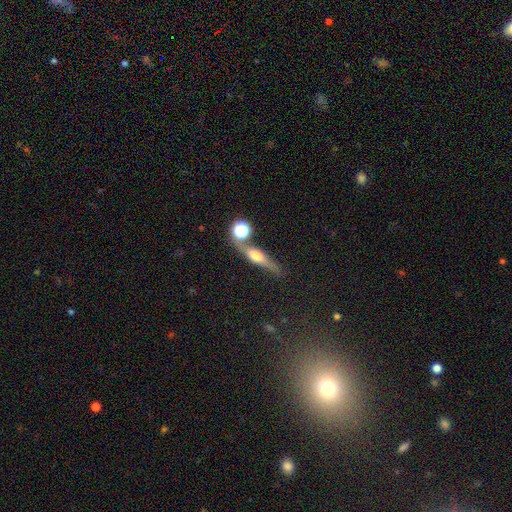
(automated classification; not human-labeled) This is possibly a featured or disk galaxy (57%). It is clearly viewed edge-on (86%). Merging: likely none (64%).